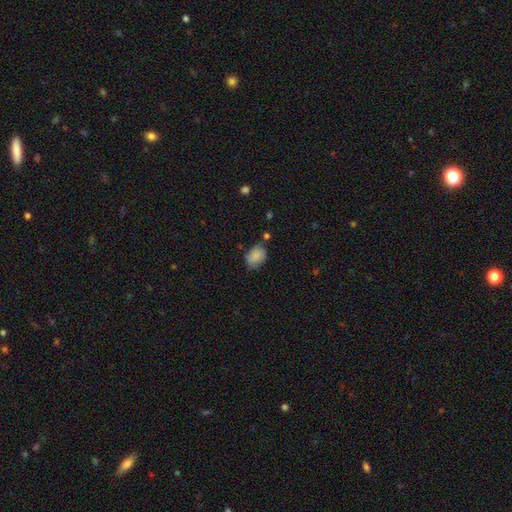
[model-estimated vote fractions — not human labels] smooth_or_featured: smooth (p=0.85) [alt: star or artifact p=0.08]
how_rounded: in between (p=0.71) [alt: round p=0.28]
merging: none (p=0.65) [alt: minor disturbance p=0.25]